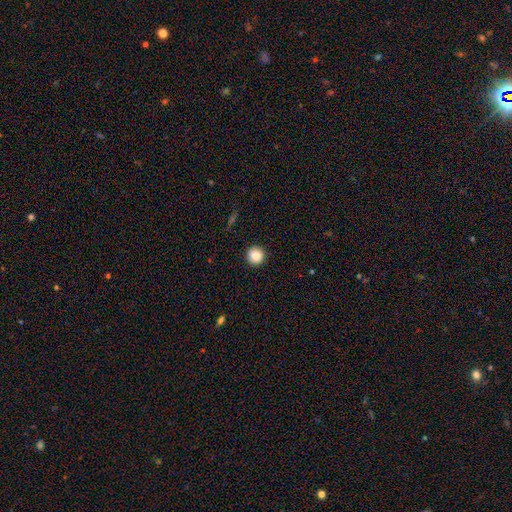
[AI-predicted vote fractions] The model was most divided on "smooth or featured": smooth: 87%, star or artifact: 9%, featured or disk: 3%. More confident: how rounded — round (95%); merging — none (91%).